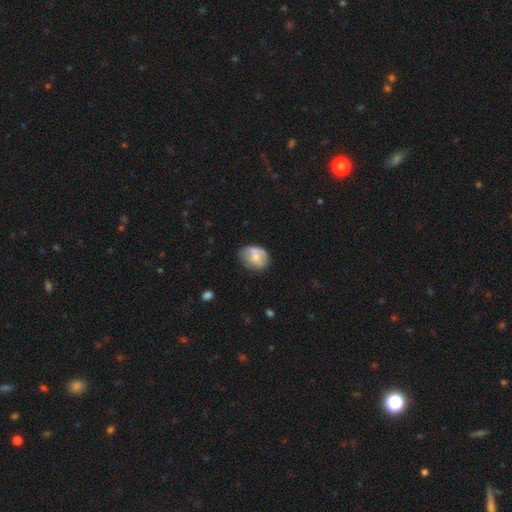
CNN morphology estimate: Smooth or featured? smooth (56%)
How rounded? in between (63%)
Merging? none (50%)